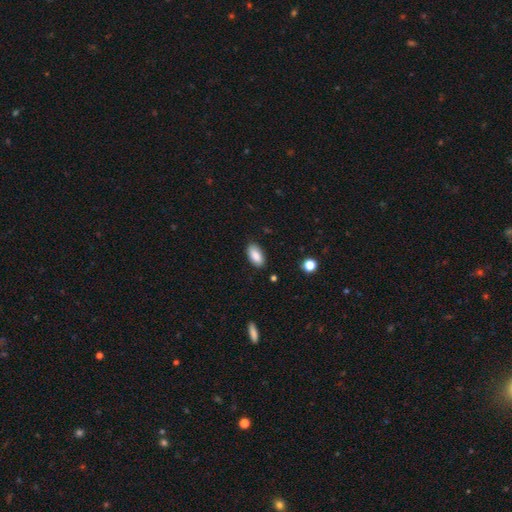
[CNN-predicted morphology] Overall: smooth (86%). How rounded: in between (92%). Merging: none (87%).